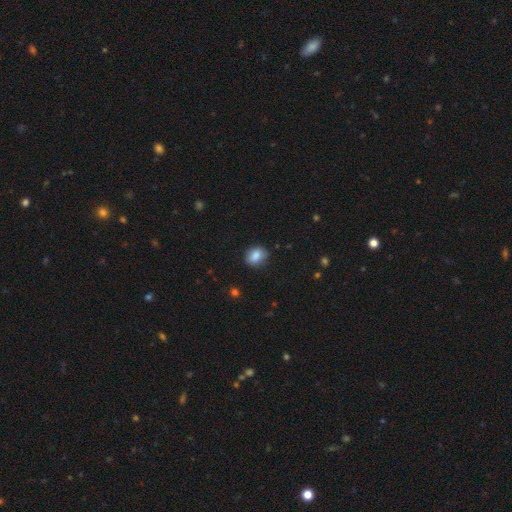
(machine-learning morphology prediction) Smooth or featured? Predicted: smooth (p=0.85). How rounded? Predicted: in between (p=0.52). Merging? Predicted: none (p=0.78).